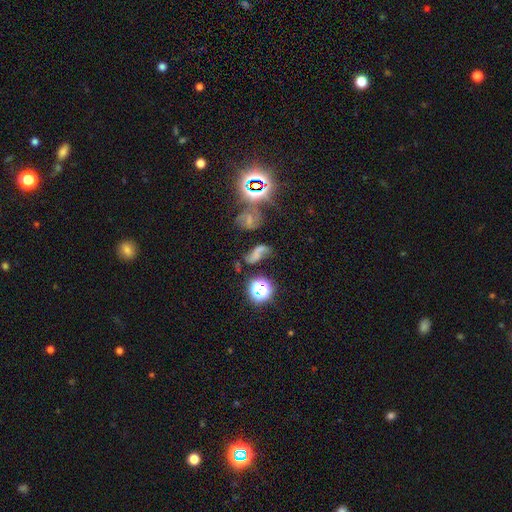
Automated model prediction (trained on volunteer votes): A star or artifact, not a galaxy (45%).